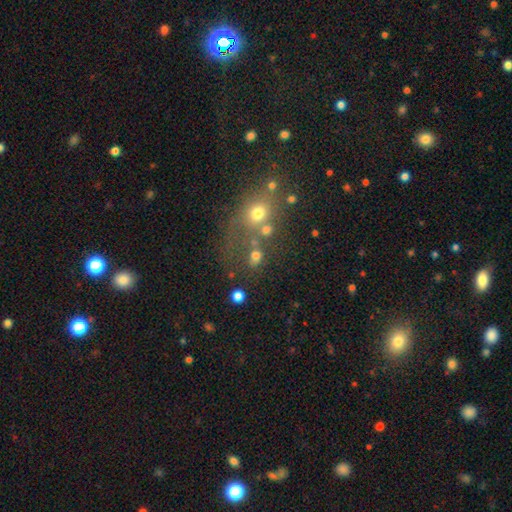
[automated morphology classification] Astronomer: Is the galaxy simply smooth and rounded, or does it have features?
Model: smooth — 68%.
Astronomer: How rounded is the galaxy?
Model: round — 61% (runner-up: in between, 37%).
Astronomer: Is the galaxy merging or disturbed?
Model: none — 52%.